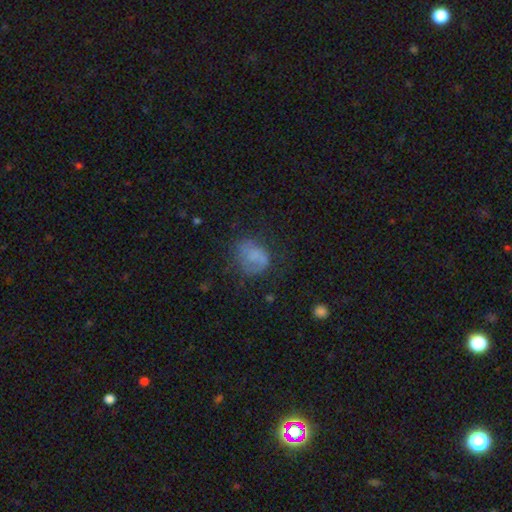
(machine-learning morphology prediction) Smooth or featured? Predicted: smooth (p=0.59). How rounded? Predicted: round (p=0.54). Merging? Predicted: none (p=0.43).